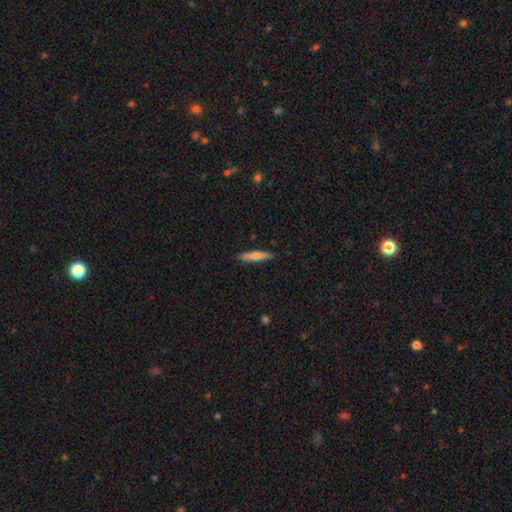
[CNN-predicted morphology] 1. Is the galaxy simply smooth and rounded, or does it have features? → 65% smooth, 29% featured or disk, 6% star or artifact.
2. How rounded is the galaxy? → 88% cigar-shaped, 11% in between, 2% round.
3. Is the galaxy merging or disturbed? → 89% none, 9% minor disturbance, 2% major disturbance, 1% merger.